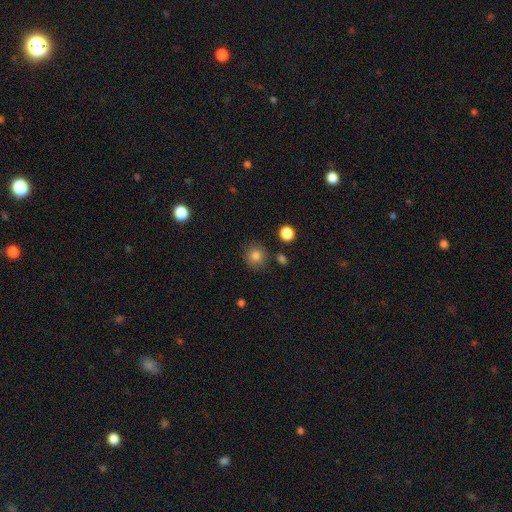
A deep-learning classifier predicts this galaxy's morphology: Smooth or featured? Predicted: smooth (p=0.82). How rounded? Predicted: round (p=0.88). Merging? Predicted: none (p=0.84).